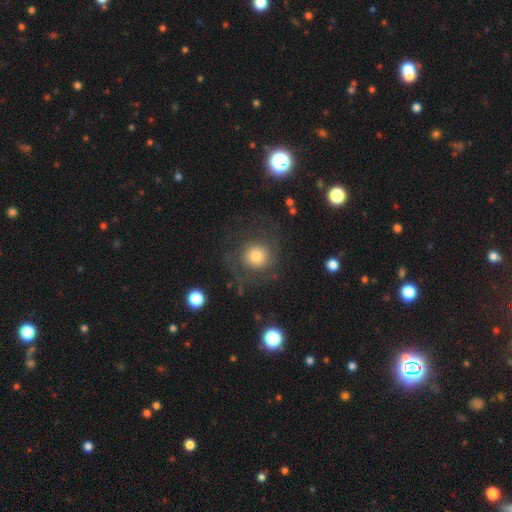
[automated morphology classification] Smooth or featured: featured or disk — 47% (smooth — 42%)
Merging: none — 65% (major disturbance — 20%)